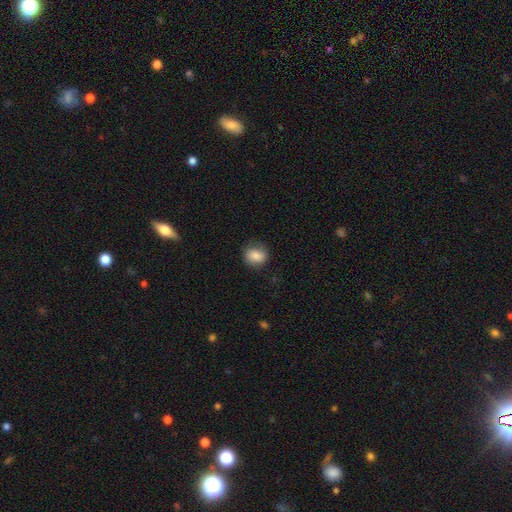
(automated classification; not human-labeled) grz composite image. It shows a smooth galaxy with no disk features (81%) that is round (64%). Merging: none (78%).